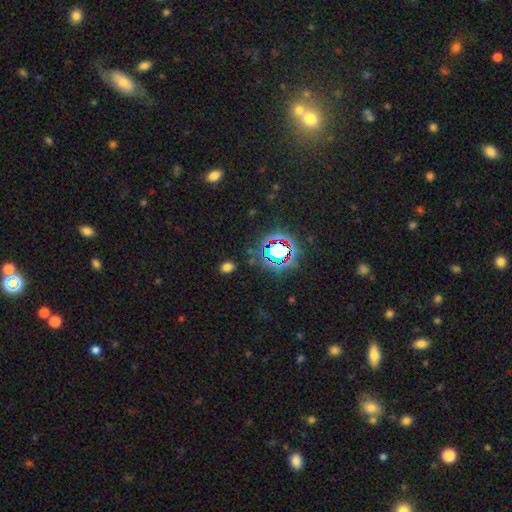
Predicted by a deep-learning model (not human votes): Smooth or featured?
  - star or artifact: 78% *
  - smooth: 14%
  - featured or disk: 8%